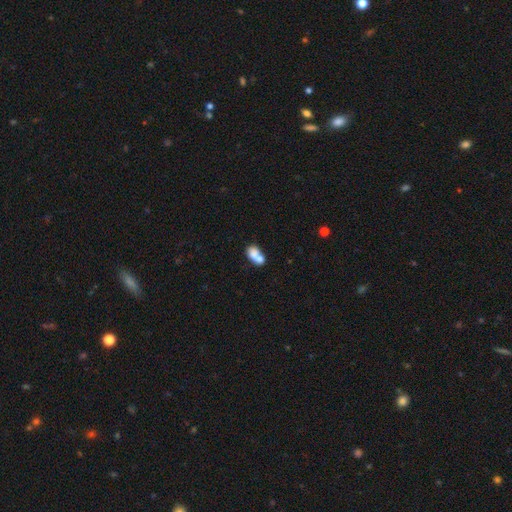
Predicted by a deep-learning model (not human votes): Smooth or featured? smooth (73%)
How rounded? in between (78%)
Merging? merger (63%)